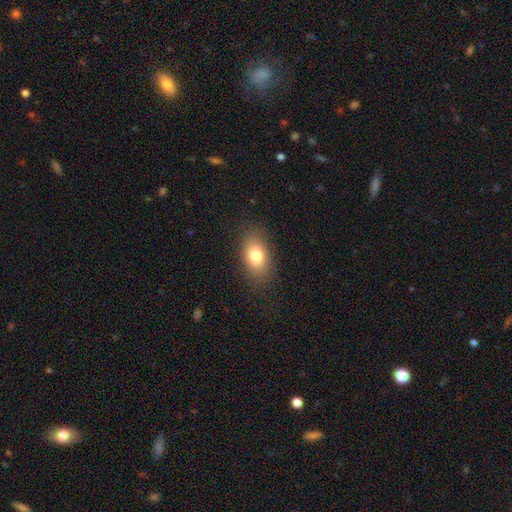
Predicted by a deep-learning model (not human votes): Overall: smooth (79%). How rounded: in between (87%). Merging: none (83%).